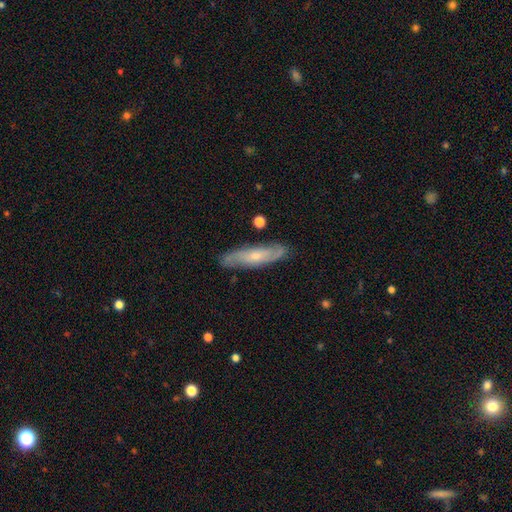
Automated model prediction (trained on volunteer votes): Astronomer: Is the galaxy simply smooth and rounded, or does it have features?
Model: featured or disk — 62%.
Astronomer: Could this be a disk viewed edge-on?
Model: no — 63%.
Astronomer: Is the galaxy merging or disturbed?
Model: none — 83%.